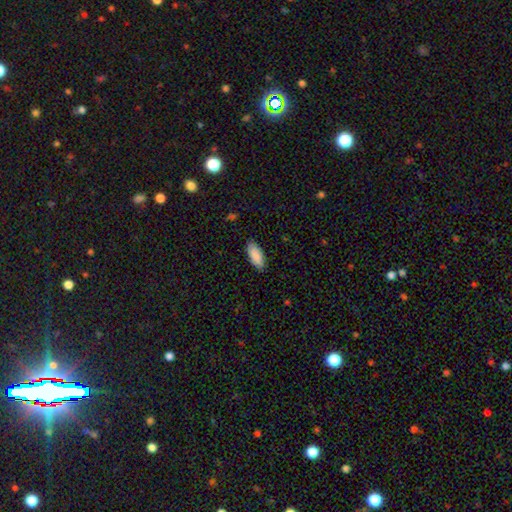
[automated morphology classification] Smooth or featured: smooth — 90% (star or artifact — 6%)
How rounded: in between — 84% (cigar-shaped — 14%)
Merging: none — 88% (minor disturbance — 9%)